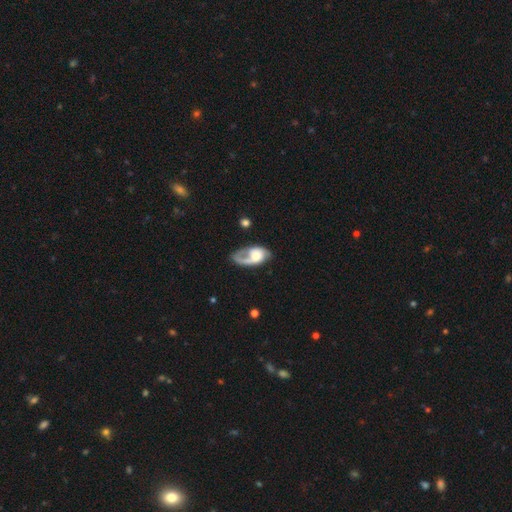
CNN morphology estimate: Q: Smooth or featured?
A: featured or disk (62%); runner-up: smooth (32%)
Q: Edge-on disk?
A: no (95%); runner-up: yes (5%)
Q: Bar?
A: no (74%); runner-up: weak (21%)
Q: Spiral arms?
A: yes (80%); runner-up: no (20%)
Q: Bulge size?
A: large (34%); runner-up: moderate (31%)
Q: Merging?
A: major disturbance (38%); runner-up: none (33%)